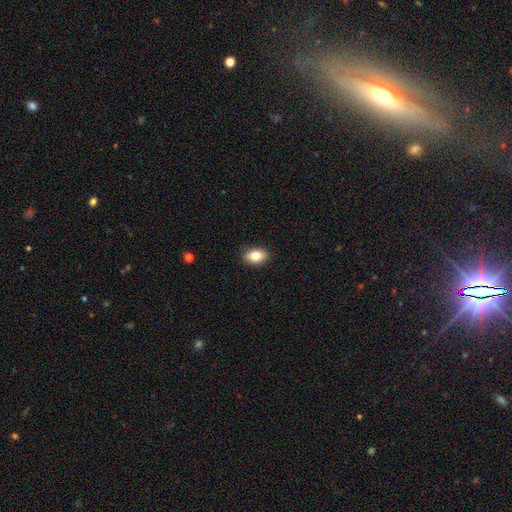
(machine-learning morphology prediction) Smooth or featured: smooth — 82% (featured or disk — 10%)
How rounded: in between — 86% (round — 12%)
Merging: none — 87% (minor disturbance — 10%)